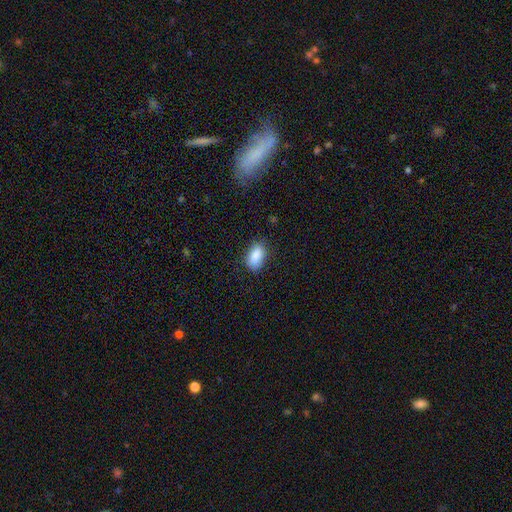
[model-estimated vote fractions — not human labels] A smooth galaxy with no disk features (88%) that is in between round and cigar-shaped (91%).

Vote fractions:
- Smooth or featured? smooth: 88% / star or artifact: 7% / featured or disk: 5%
- How rounded? in between: 91% / round: 5% / cigar-shaped: 4%
- Merging? none: 81% / minor disturbance: 14% / major disturbance: 3% / merger: 1%